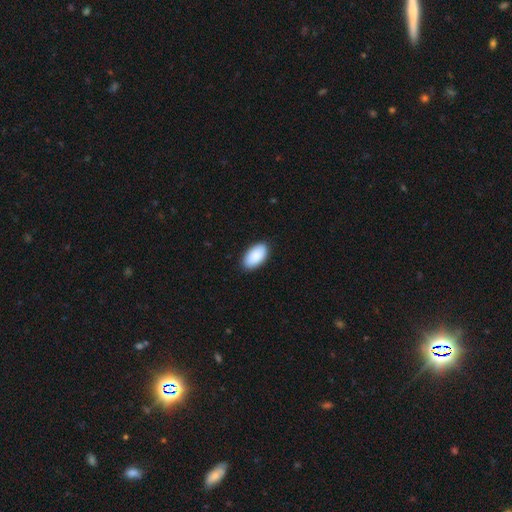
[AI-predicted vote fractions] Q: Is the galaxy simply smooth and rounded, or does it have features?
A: smooth — 91%.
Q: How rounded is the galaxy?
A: in between — 96%.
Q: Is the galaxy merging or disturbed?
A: none — 88%.